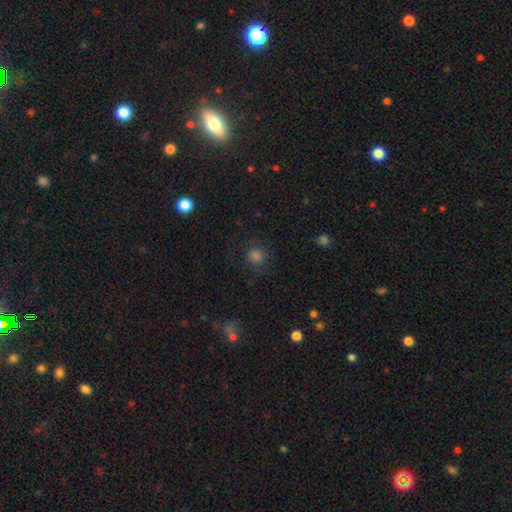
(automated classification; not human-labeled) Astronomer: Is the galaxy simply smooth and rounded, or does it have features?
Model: smooth — 74%.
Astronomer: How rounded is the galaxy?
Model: round — 85%.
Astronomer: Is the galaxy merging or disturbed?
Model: none — 78%.